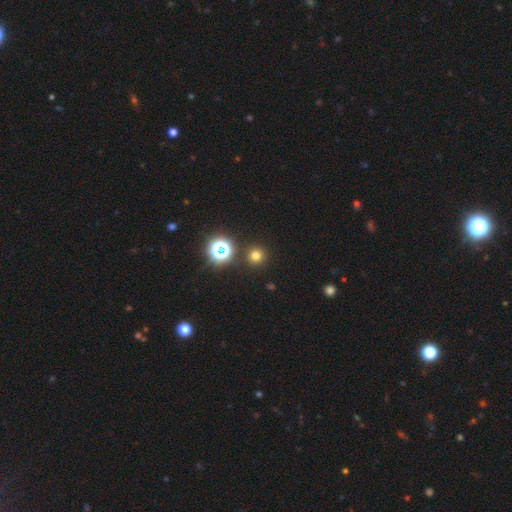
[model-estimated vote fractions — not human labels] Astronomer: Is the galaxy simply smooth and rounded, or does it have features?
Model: smooth — 72%.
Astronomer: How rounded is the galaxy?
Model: round — 96%.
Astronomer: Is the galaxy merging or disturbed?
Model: none — 90%.